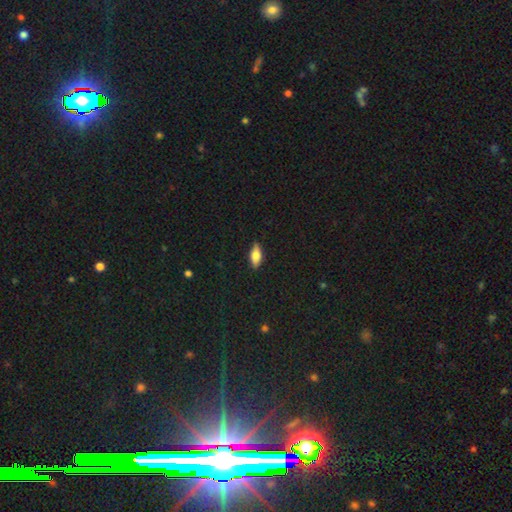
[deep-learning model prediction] A smooth galaxy with no disk features (65%) that is in between round and cigar-shaped (76%). Merging: none (86%).